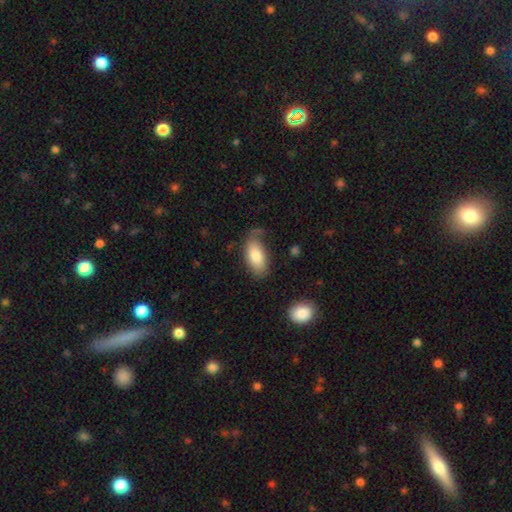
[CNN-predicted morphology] smooth_or_featured: smooth (p=0.82) [alt: featured or disk p=0.12]
how_rounded: in between (p=0.93) [alt: cigar-shaped p=0.04]
merging: none (p=0.63) [alt: minor disturbance p=0.24]